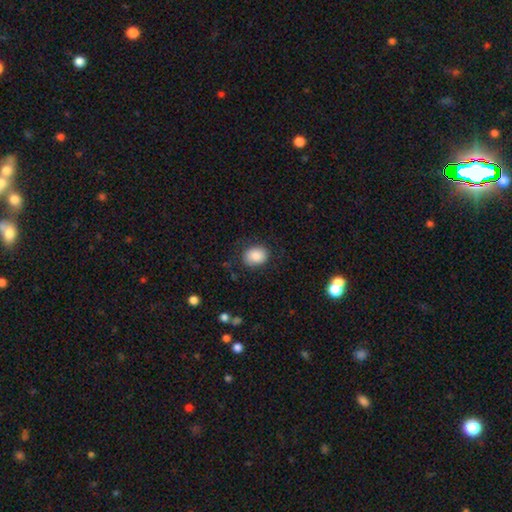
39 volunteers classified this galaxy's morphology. smooth 85%, featured or disk 8%, star or artifact 8%. Down the decision tree: how rounded — in between (73%); merging — none (78%).